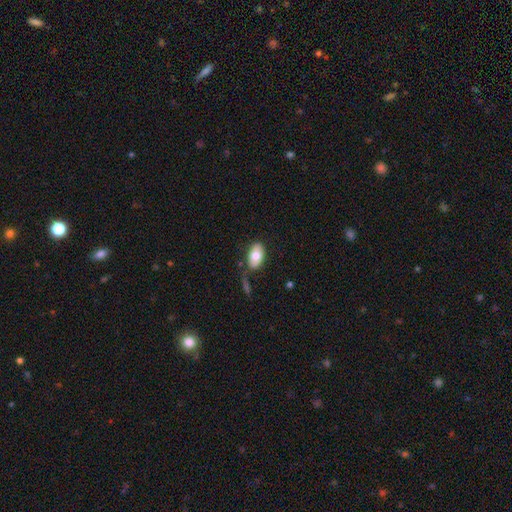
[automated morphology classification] A smooth galaxy with no disk features (75%) that is in between round and cigar-shaped (93%). Merging: none (69%).